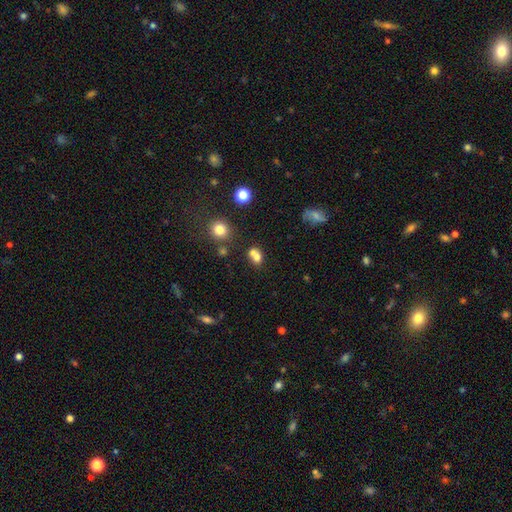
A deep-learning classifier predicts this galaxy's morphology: type=smooth (72%); roundness=round (57%); merging=merger (49%).